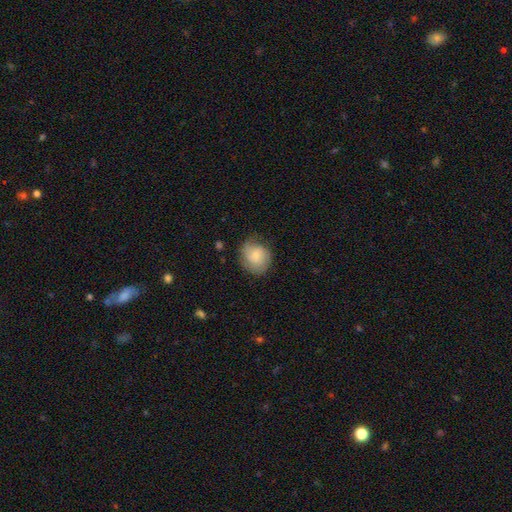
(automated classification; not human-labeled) smooth_or_featured: smooth (p=0.66) [alt: featured or disk p=0.27]
how_rounded: round (p=0.75) [alt: in between p=0.24]
merging: none (p=0.65) [alt: minor disturbance p=0.26]